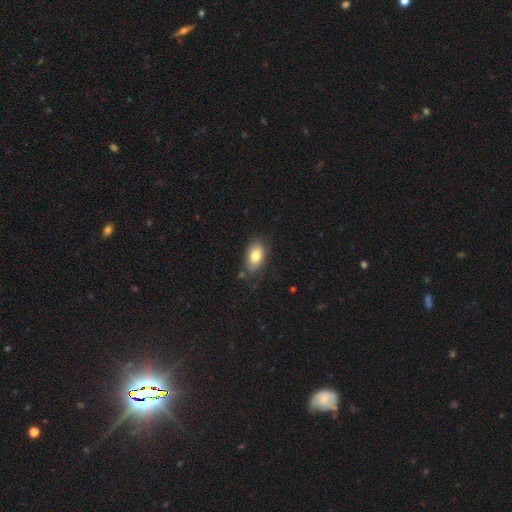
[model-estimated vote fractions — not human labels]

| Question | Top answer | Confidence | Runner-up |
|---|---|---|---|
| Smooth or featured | smooth | 79% | featured or disk (14%) |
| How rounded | in between | 90% | round (8%) |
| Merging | none | 71% | minor disturbance (21%) |